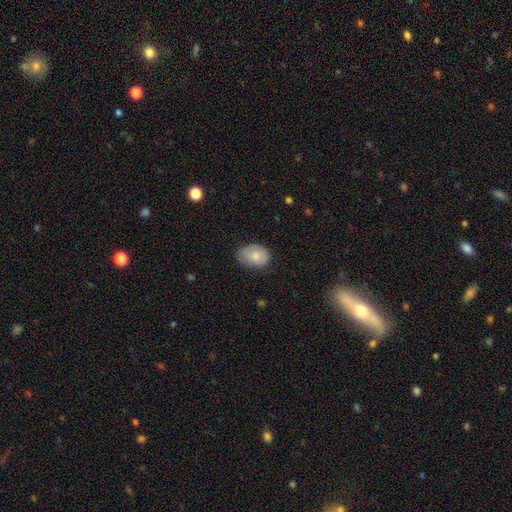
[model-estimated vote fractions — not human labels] Smooth or featured?
  - smooth: 82% *
  - featured or disk: 11%
  - star or artifact: 7%
How rounded?
  - in between: 72% *
  - round: 27%
  - cigar-shaped: 1%
Merging?
  - none: 64% *
  - minor disturbance: 29%
  - major disturbance: 6%
  - merger: 1%